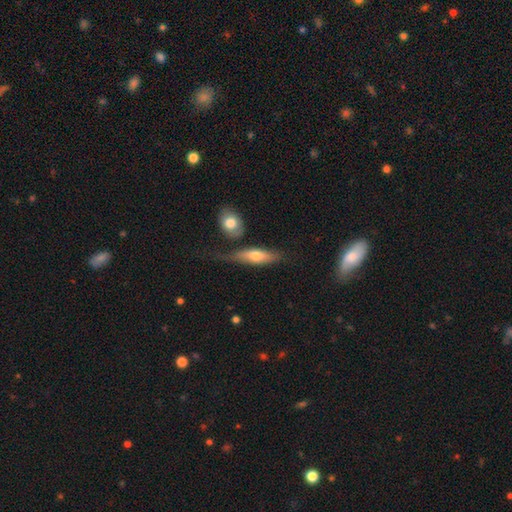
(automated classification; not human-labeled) A smooth galaxy with no disk features (61%) that is in between round and cigar-shaped (56%).

Vote fractions:
- Smooth or featured? smooth: 61% / featured or disk: 33% / star or artifact: 6%
- How rounded? in between: 56% / cigar-shaped: 40% / round: 4%
- Merging? none: 47% / minor disturbance: 22% / merger: 17% / major disturbance: 14%